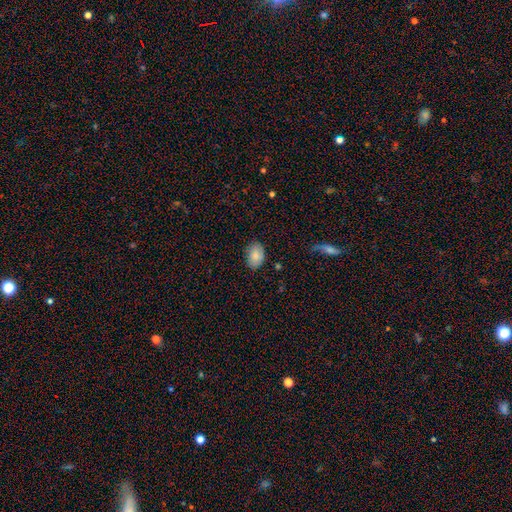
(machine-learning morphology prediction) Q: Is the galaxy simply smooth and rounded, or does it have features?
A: smooth — 85%.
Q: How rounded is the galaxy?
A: in between — 87%.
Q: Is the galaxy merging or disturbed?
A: none — 81%.